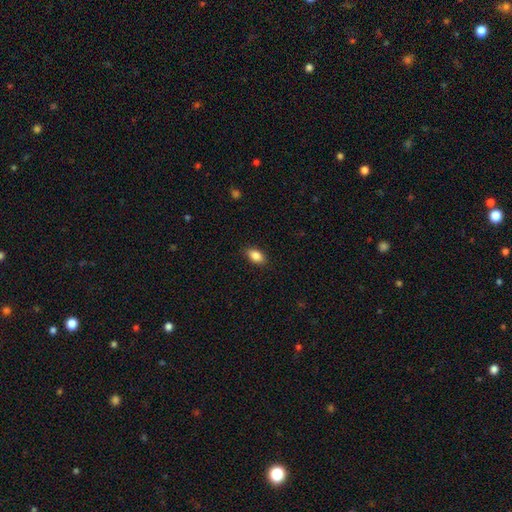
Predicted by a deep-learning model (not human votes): smooth 86%, star or artifact 8%, featured or disk 6%. Down the decision tree: how rounded — in between (90%); merging — none (88%).